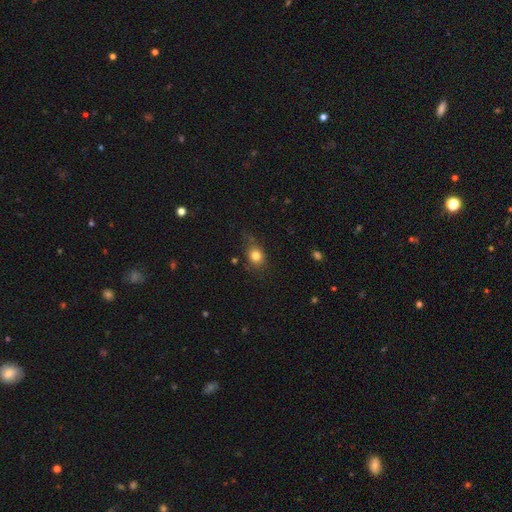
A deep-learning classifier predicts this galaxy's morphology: Q: Smooth or featured?
A: smooth (80%); runner-up: star or artifact (11%)
Q: How rounded?
A: round (61%); runner-up: in between (37%)
Q: Merging?
A: none (69%); runner-up: minor disturbance (22%)